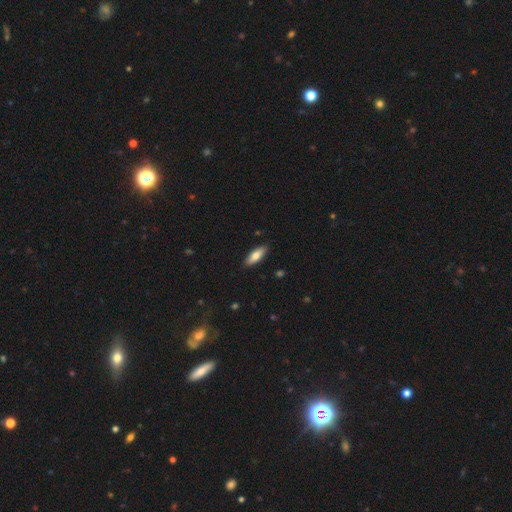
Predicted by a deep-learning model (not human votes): Morphology: type=smooth (73%); roundness=in between (62%); merging=none (89%).